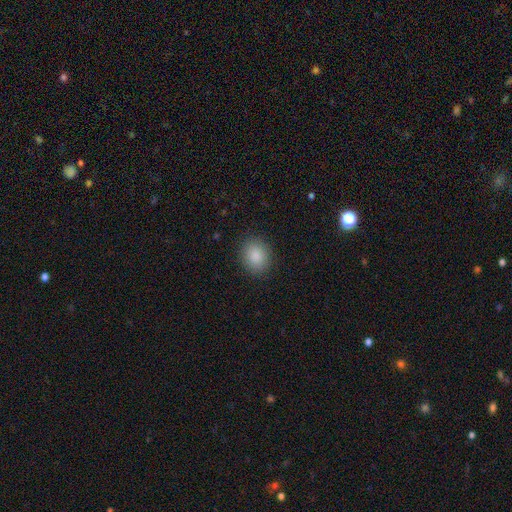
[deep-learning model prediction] Overall: smooth (88%). How rounded: round (63%; in between 36%). Merging: none (89%).